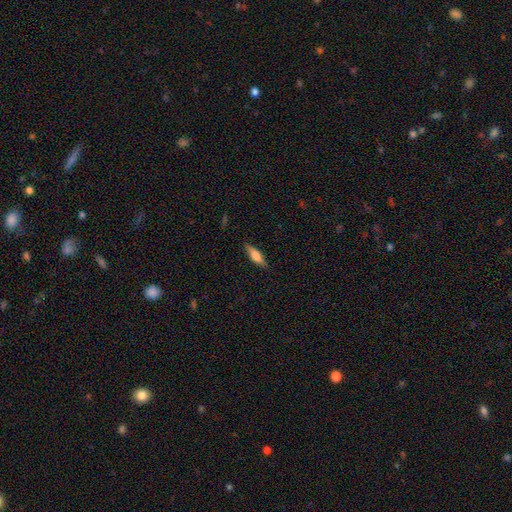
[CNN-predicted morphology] Smooth or featured?
  - smooth: 64% *
  - featured or disk: 29%
  - star or artifact: 6%
How rounded?
  - cigar-shaped: 53% *
  - in between: 45%
  - round: 2%
Merging?
  - none: 85% *
  - minor disturbance: 12%
  - major disturbance: 2%
  - merger: 1%